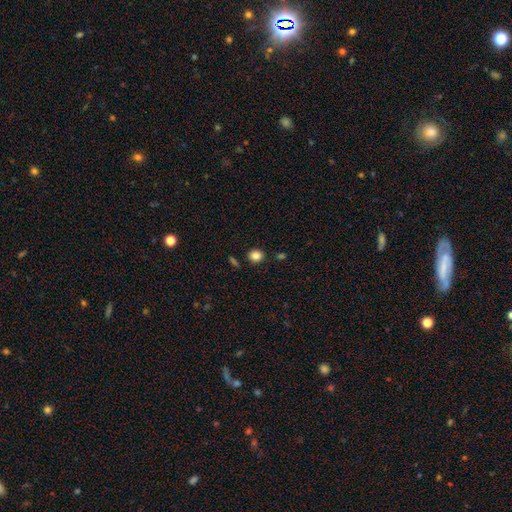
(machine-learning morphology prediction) The model was most divided on "how rounded": round: 78%, in between: 21%, cigar-shaped: 1%. More confident: merging — none (87%); smooth or featured — smooth (85%).